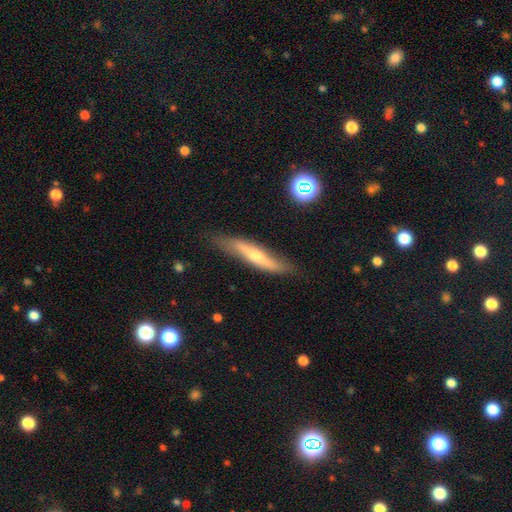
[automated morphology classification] Smooth or featured? featured or disk (52%)
Edge-on disk? yes (77%)
Merging? none (77%)